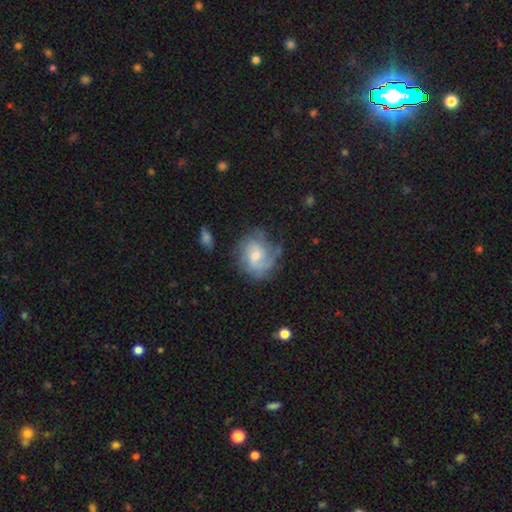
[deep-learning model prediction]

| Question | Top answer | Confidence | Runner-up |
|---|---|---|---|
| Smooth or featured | featured or disk | 55% | smooth (37%) |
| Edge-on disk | no | 97% | yes (3%) |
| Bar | no | 51% | weak (42%) |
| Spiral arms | yes | 77% | no (23%) |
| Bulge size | moderate | 49% | small (34%) |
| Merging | none | 57% | minor disturbance (26%) |